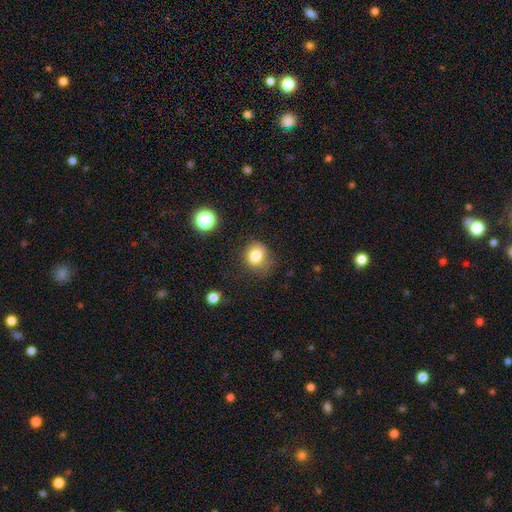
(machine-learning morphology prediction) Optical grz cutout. It shows a smooth galaxy with no disk features (81%) that is round (78%). Merging: none (66%).